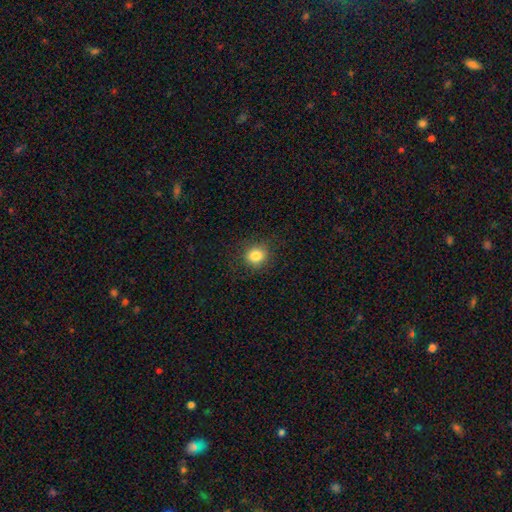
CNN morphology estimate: The model was most divided on "smooth or featured": smooth: 83%, star or artifact: 11%, featured or disk: 5%. More confident: merging — none (87%); how rounded — round (86%).